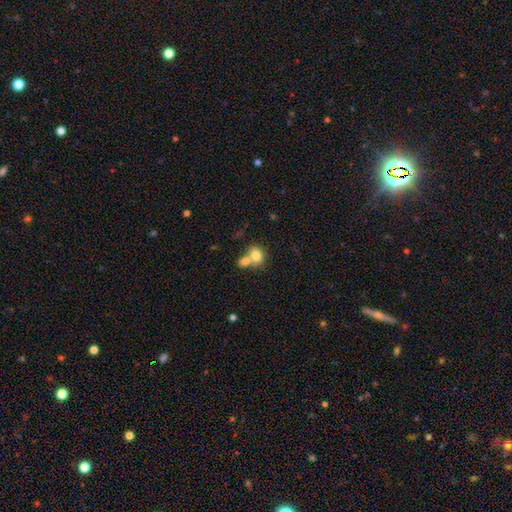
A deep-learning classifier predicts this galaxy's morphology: This appears to be a smooth galaxy with no disk features (77%) that is in between round and cigar-shaped (52%). Merging: merger (56%).